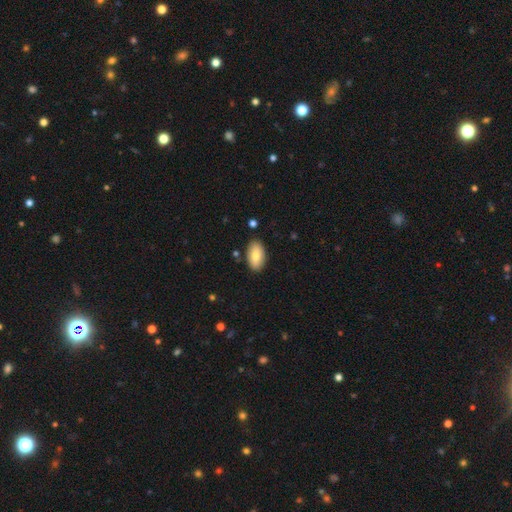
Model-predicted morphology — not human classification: smooth_or_featured: smooth (p=0.79) [alt: featured or disk p=0.15]
how_rounded: in between (p=0.95) [alt: round p=0.03]
merging: none (p=0.86) [alt: minor disturbance p=0.10]